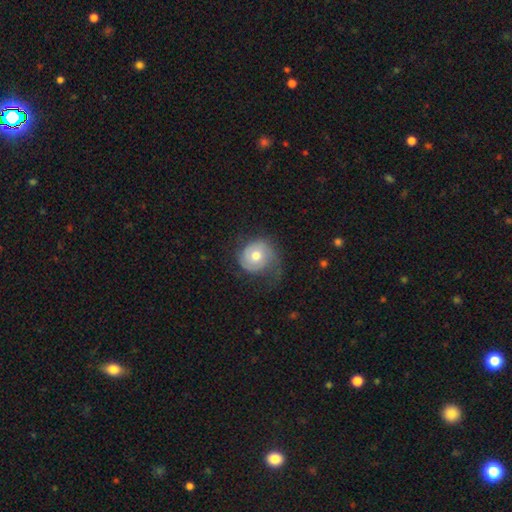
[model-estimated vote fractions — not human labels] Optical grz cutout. It shows a smooth galaxy with no disk features (56%) that is round (82%). Merging: none (44%).